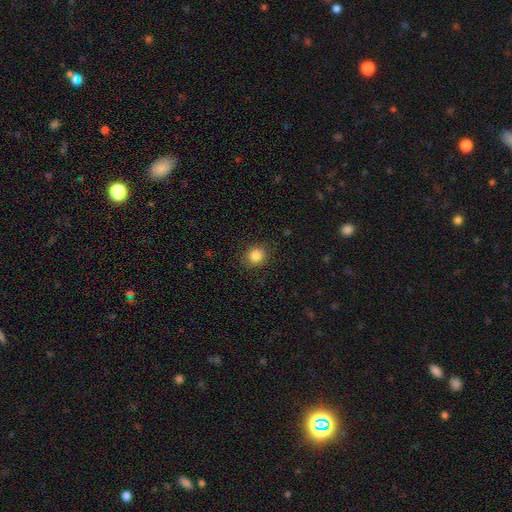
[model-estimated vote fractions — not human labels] Morphology: type=smooth (85%); roundness=round (76%); merging=none (88%).